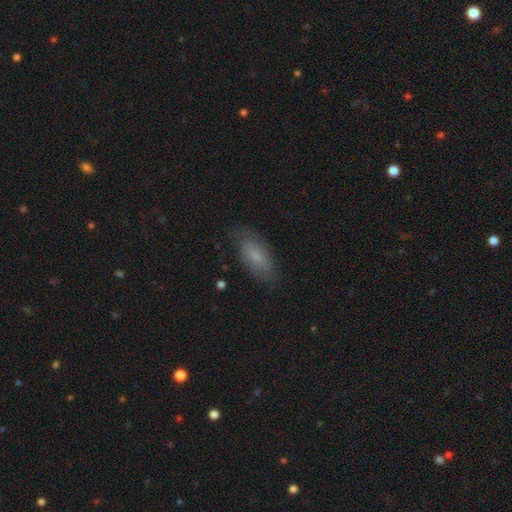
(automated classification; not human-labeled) Smooth or featured: smooth — 68% (featured or disk — 24%)
How rounded: in between — 82% (cigar-shaped — 15%)
Merging: none — 74% (minor disturbance — 19%)